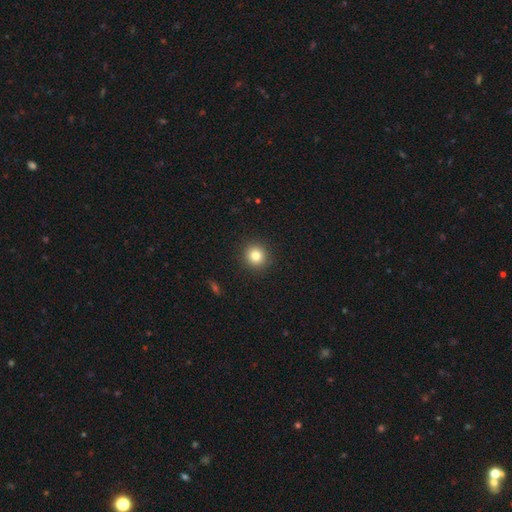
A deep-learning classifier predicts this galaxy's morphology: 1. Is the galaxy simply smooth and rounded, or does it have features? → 82% smooth, 11% star or artifact, 7% featured or disk.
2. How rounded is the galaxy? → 92% round, 7% in between, 1% cigar-shaped.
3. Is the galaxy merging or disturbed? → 91% none, 6% minor disturbance, 2% major disturbance, 1% merger.